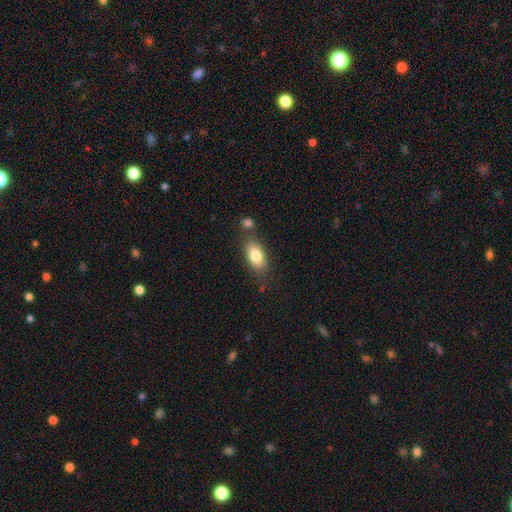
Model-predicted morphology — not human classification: The model was most divided on "merging": none: 71%, minor disturbance: 14%, merger: 11%, major disturbance: 4%. More confident: how rounded — in between (88%); smooth or featured — smooth (81%).